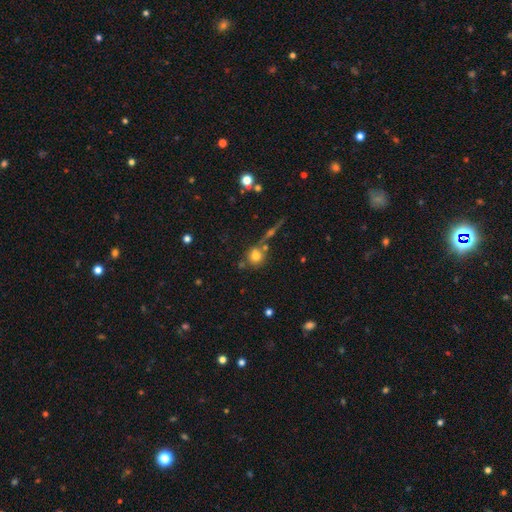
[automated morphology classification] smooth_or_featured: smooth (p=0.73) [alt: featured or disk p=0.14]
how_rounded: round (p=0.86) [alt: in between p=0.12]
merging: none (p=0.59) [alt: merger p=0.24]